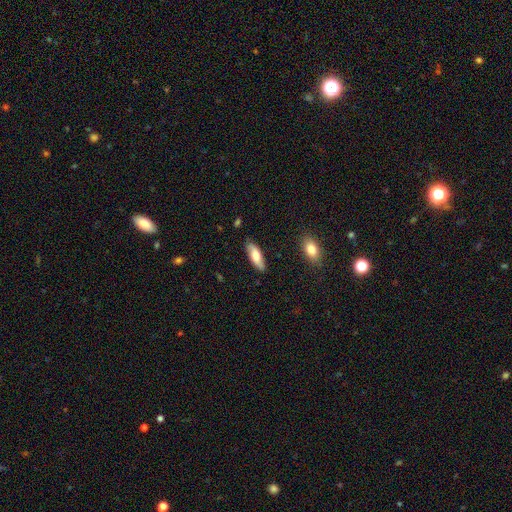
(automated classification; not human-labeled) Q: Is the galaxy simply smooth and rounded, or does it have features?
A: smooth — 66%.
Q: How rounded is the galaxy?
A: in between — 63%.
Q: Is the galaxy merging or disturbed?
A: none — 84%.